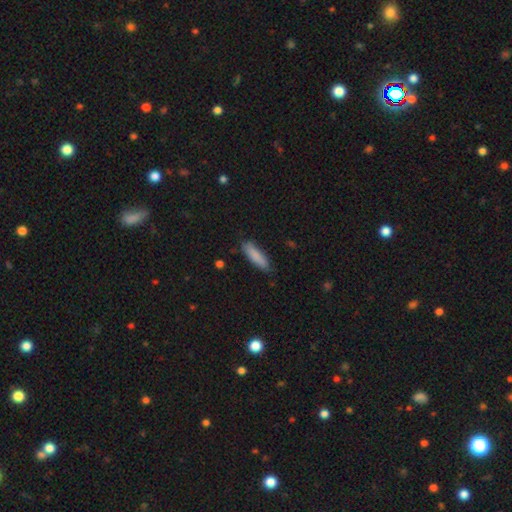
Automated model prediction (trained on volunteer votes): Smooth or featured? smooth (86%)
How rounded? cigar-shaped (62%)
Merging? none (80%)